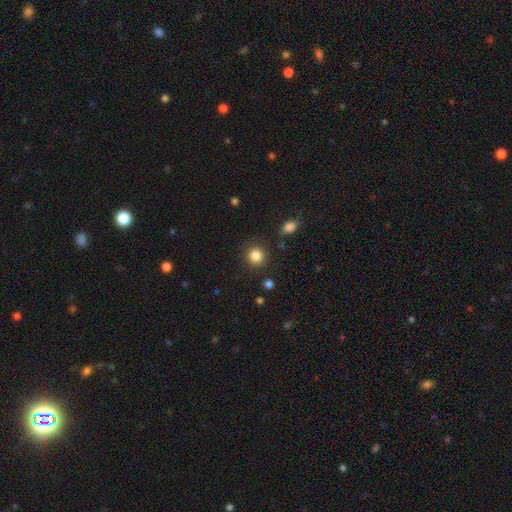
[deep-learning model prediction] smooth_or_featured: smooth (p=0.85) [alt: star or artifact p=0.11]
how_rounded: round (p=0.89) [alt: in between p=0.10]
merging: none (p=0.87) [alt: minor disturbance p=0.07]